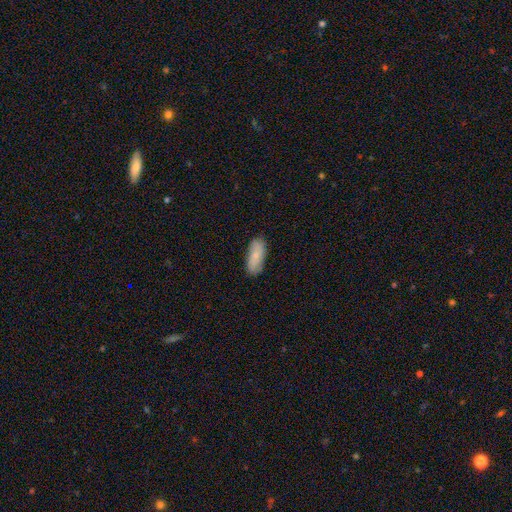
Morphology: type=smooth (74%); roundness=in between (62%); merging=none (66%).